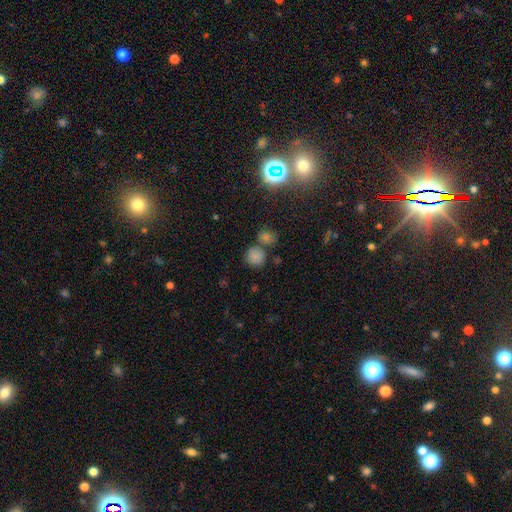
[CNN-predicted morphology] The model was most divided on "merging": none: 63%, merger: 22%, minor disturbance: 11%, major disturbance: 4%. More confident: how rounded — round (86%); smooth or featured — smooth (78%).